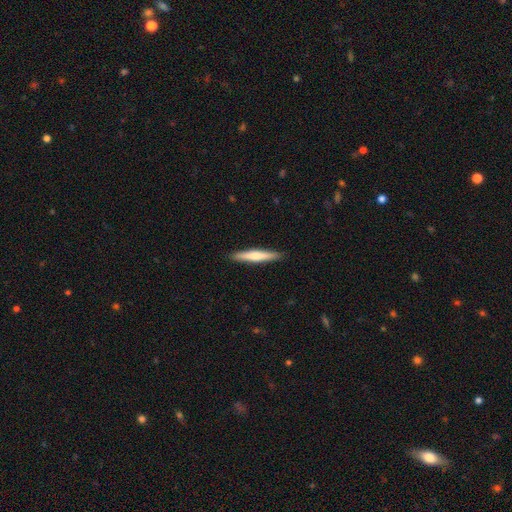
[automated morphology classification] smooth-or-featured: smooth: 57% | featured or disk: 38% | star or artifact: 5%
  how-rounded: cigar-shaped: 93% | in between: 6% | round: 1%
  merging: none: 91% | minor disturbance: 6% | major disturbance: 1% | merger: 1%